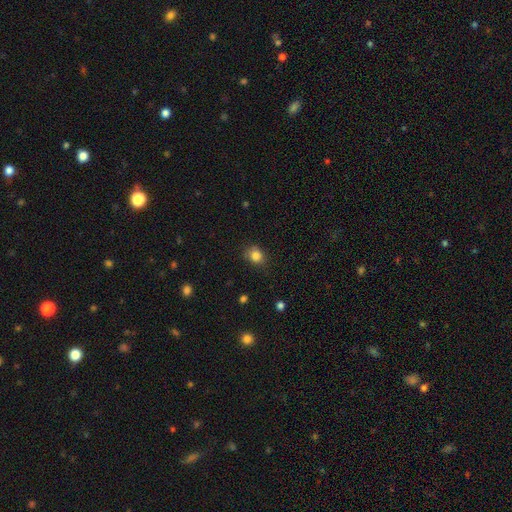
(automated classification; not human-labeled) Overall: smooth (83%). How rounded: round (67%; in between 32%). Merging: none (76%).